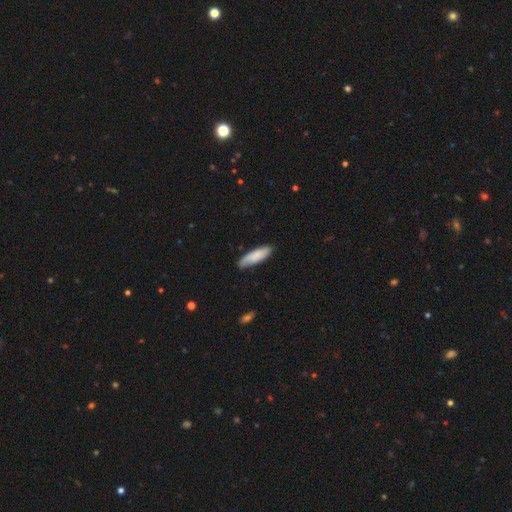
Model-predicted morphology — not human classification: Smooth or featured?
  - smooth: 81% *
  - featured or disk: 14%
  - star or artifact: 5%
How rounded?
  - cigar-shaped: 53% *
  - in between: 45%
  - round: 1%
Merging?
  - none: 78% *
  - minor disturbance: 18%
  - major disturbance: 3%
  - merger: 1%